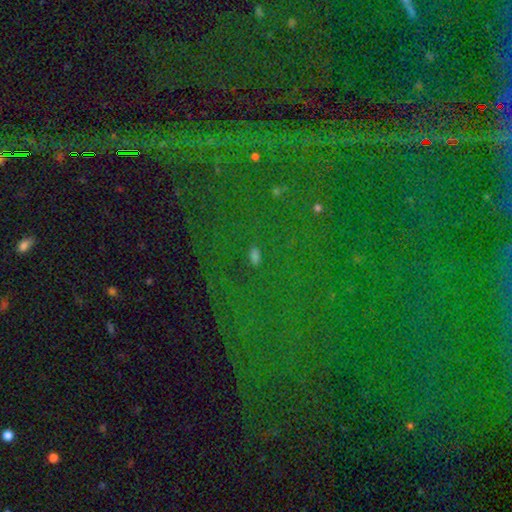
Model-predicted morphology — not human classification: Q: Smooth or featured?
A: star or artifact (79%); runner-up: smooth (12%)